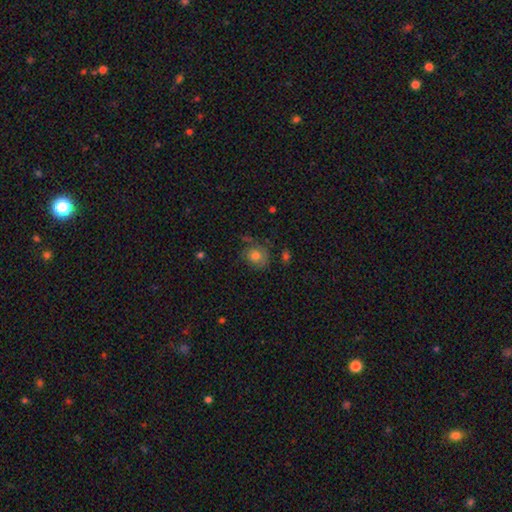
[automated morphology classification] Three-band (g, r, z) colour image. It shows a smooth galaxy with no disk features (71%) that is round (76%). Merging: none (62%).